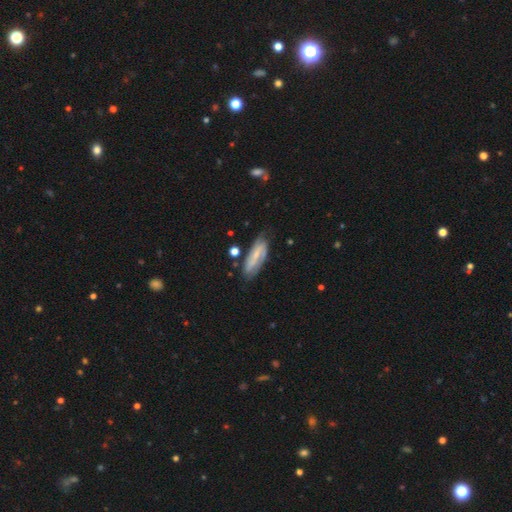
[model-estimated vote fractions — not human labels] featured or disk 61%, smooth 32%, star or artifact 7%. Down the decision tree: edge-on disk — no (85%); bar — weak (37%); spiral arms — yes (84%); bulge size — small (68%); merging — none (65%).